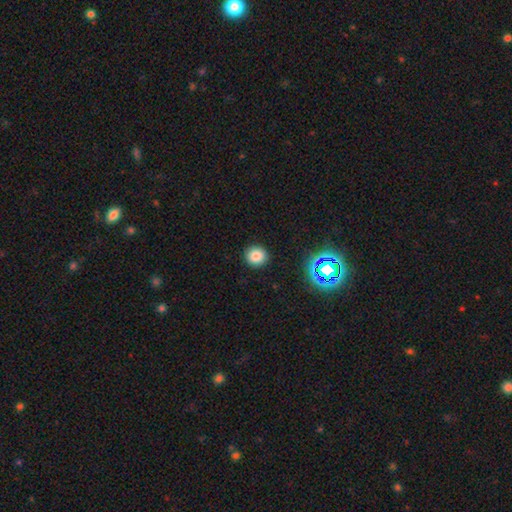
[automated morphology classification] smooth_or_featured: smooth (p=0.81) [alt: star or artifact p=0.14]
how_rounded: round (p=0.92) [alt: in between p=0.07]
merging: none (p=0.92) [alt: minor disturbance p=0.05]